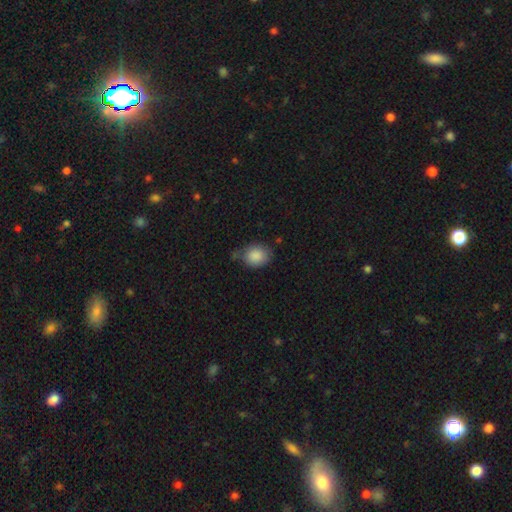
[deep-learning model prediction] This is clearly a smooth galaxy (88%). How rounded: possibly round (56%). Merging: likely none (66%).